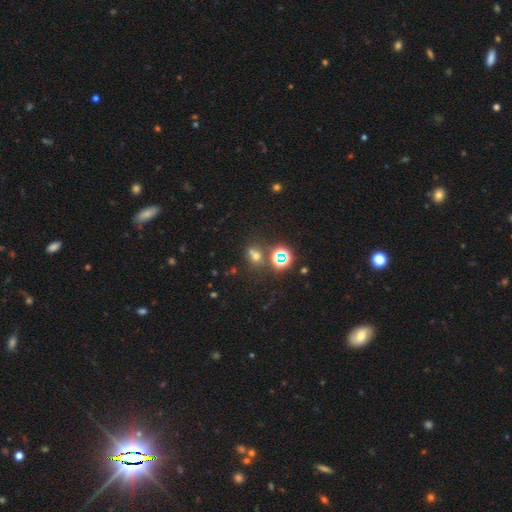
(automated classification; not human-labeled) Smooth or featured: smooth — 50% (star or artifact — 38%)
Merging: none — 58% (merger — 24%)